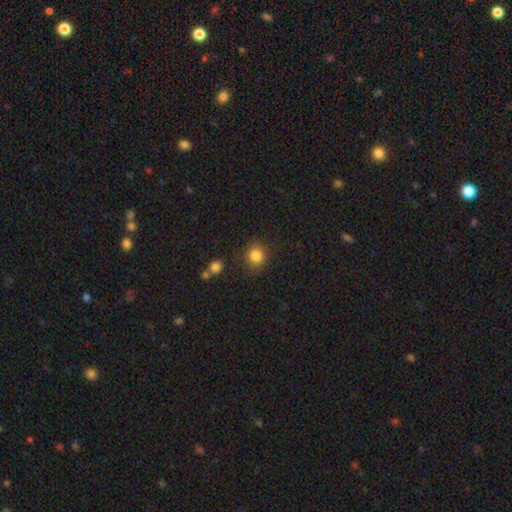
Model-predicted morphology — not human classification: type=smooth (84%); roundness=round (87%); merging=none (84%).